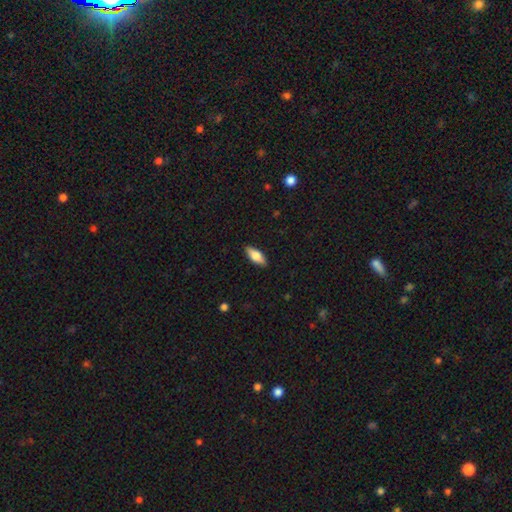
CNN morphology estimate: This is likely a smooth galaxy (72%). How rounded: likely in between (77%). Merging: clearly none (89%).